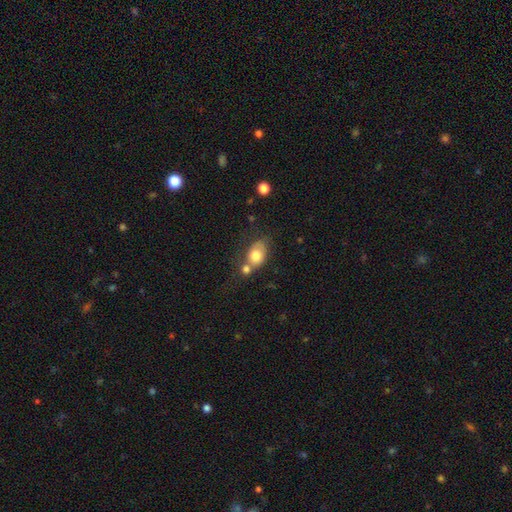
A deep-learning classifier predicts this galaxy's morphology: This appears to be a smooth galaxy with no disk features (75%) that is in between round and cigar-shaped (67%). Merging: merger (38%).